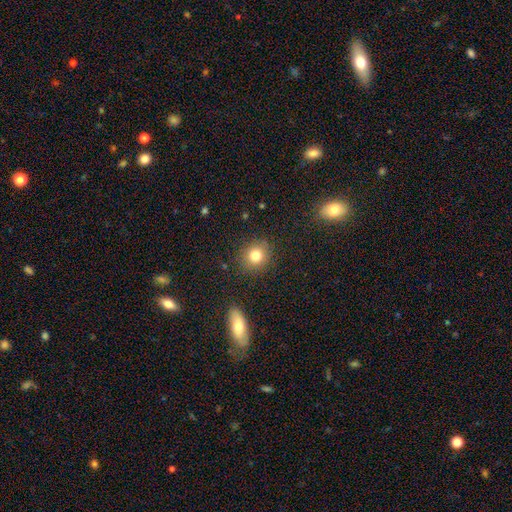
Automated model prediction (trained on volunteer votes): Smooth or featured: smooth — 81% (star or artifact — 11%)
How rounded: round — 83% (in between — 16%)
Merging: none — 87% (minor disturbance — 8%)